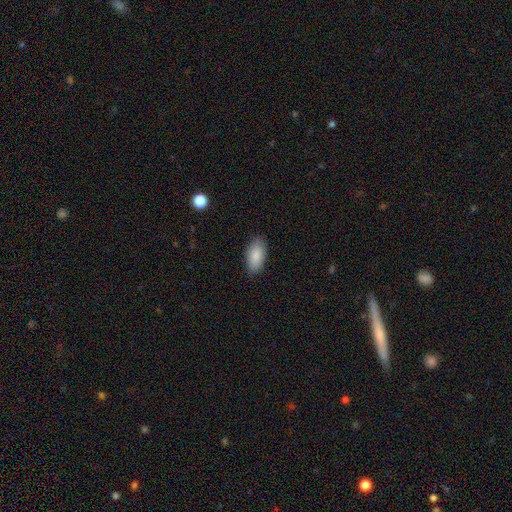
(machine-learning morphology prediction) type=smooth (87%); roundness=in between (93%); merging=none (86%).